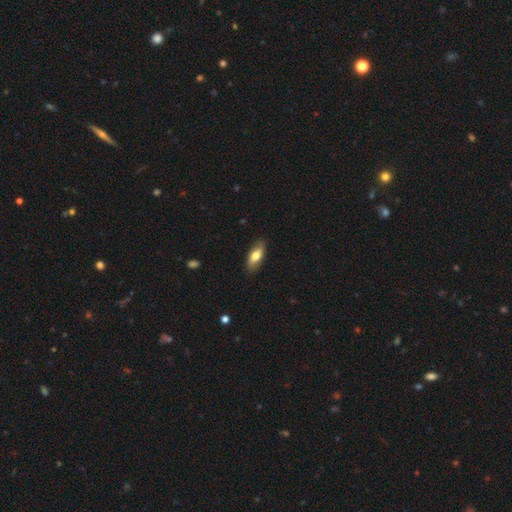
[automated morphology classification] smooth_or_featured: smooth (p=0.72) [alt: featured or disk p=0.22]
how_rounded: in between (p=0.77) [alt: cigar-shaped p=0.20]
merging: none (p=0.85) [alt: minor disturbance p=0.12]